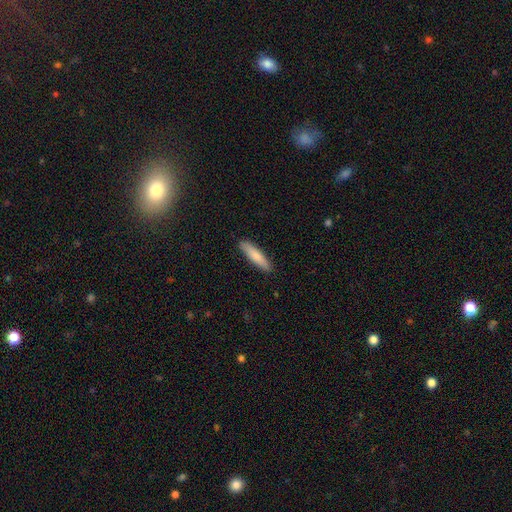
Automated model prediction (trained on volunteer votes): smooth-or-featured: smooth: 80% | featured or disk: 15% | star or artifact: 5%
  how-rounded: cigar-shaped: 81% | in between: 17% | round: 1%
  merging: none: 90% | minor disturbance: 7% | major disturbance: 2% | merger: 1%